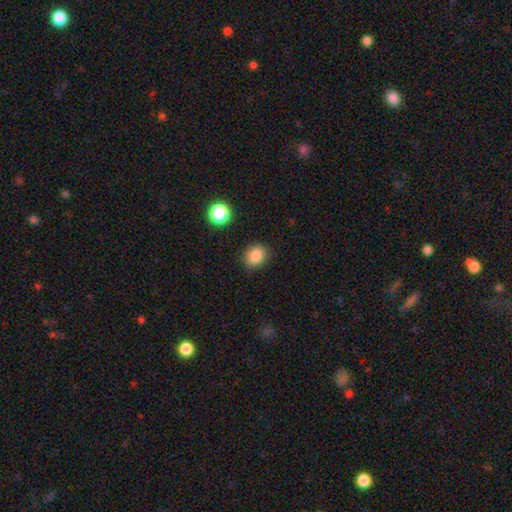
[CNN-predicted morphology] smooth 85%, star or artifact 11%, featured or disk 5%. Down the decision tree: how rounded — round (51%); merging — none (83%).